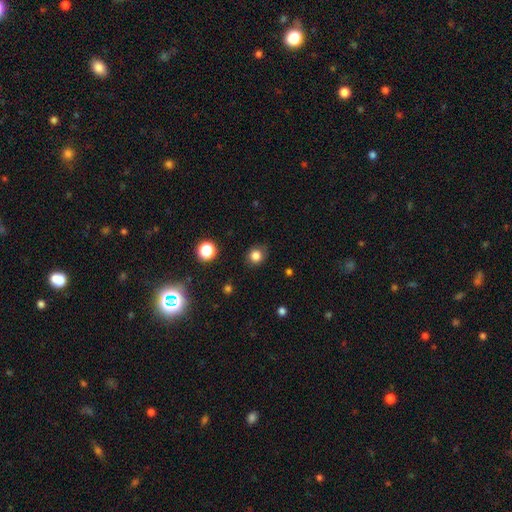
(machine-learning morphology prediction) smooth-or-featured: smooth: 82% | star or artifact: 13% | featured or disk: 5%
  how-rounded: round: 82% | in between: 17% | cigar-shaped: 1%
  merging: none: 82% | minor disturbance: 14% | major disturbance: 3% | merger: 1%